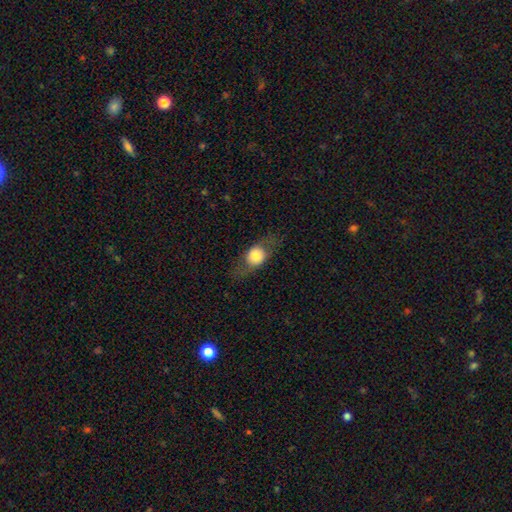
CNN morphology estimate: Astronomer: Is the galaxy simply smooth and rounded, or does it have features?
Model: smooth — 57% (runner-up: featured or disk, 36%).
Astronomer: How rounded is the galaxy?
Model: round — 52% (runner-up: in between, 42%).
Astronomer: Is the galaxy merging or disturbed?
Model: none — 74%.